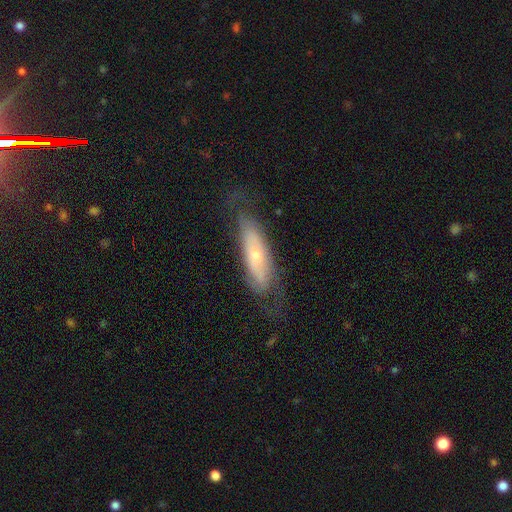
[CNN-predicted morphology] Smooth or featured? featured or disk (57%)
Edge-on disk? no (67%)
Merging? none (65%)